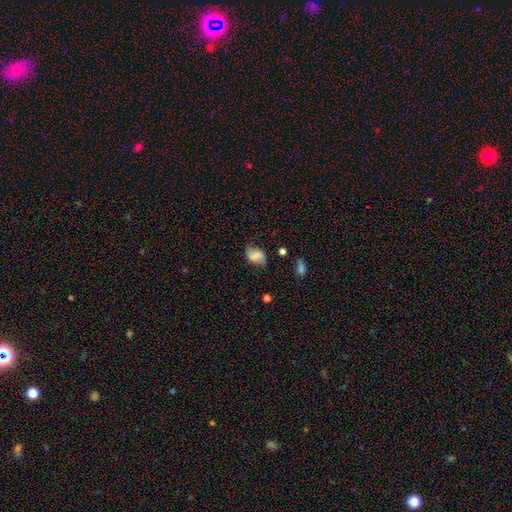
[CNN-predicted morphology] Overall: featured or disk (48%; smooth 42%). Merging: none (67%).